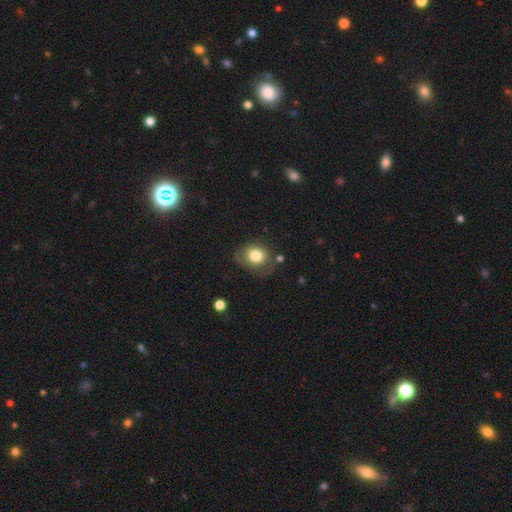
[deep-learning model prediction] Smooth or featured: smooth — 78% (featured or disk — 13%)
How rounded: round — 60% (in between — 39%)
Merging: none — 61% (minor disturbance — 24%)